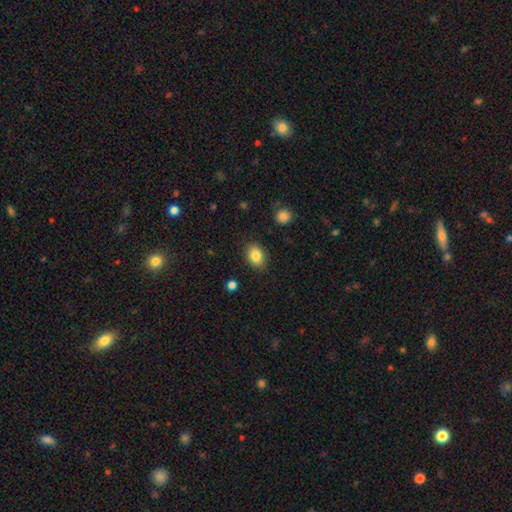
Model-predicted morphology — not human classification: Q: Smooth or featured?
A: smooth (85%); runner-up: star or artifact (9%)
Q: How rounded?
A: in between (66%); runner-up: round (33%)
Q: Merging?
A: none (87%); runner-up: minor disturbance (9%)